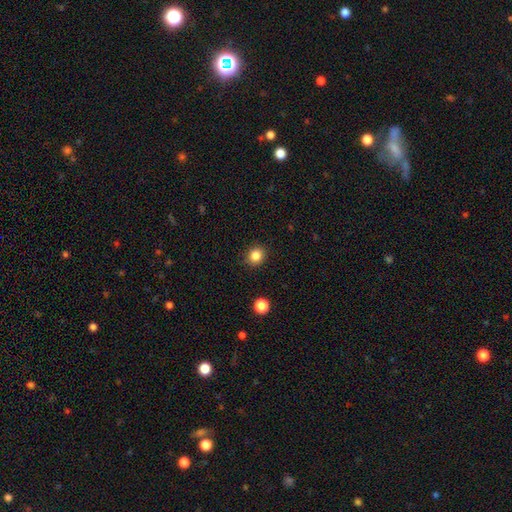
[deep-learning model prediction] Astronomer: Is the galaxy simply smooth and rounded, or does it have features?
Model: smooth — 84%.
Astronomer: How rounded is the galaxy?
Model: round — 82%.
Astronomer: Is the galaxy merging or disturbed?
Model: none — 90%.